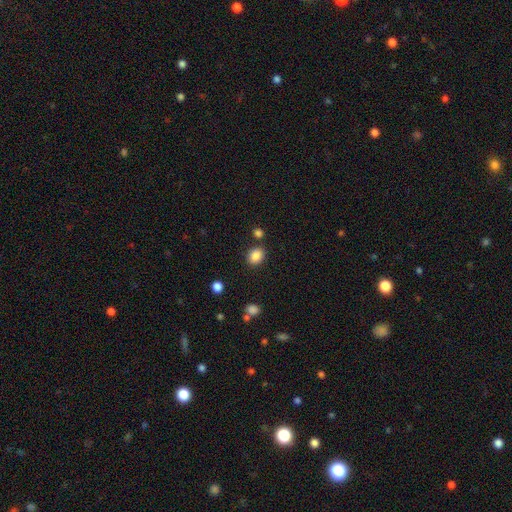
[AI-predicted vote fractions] The model was most divided on "how rounded": round: 50%, in between: 49%, cigar-shaped: 1%. More confident: smooth or featured — smooth (86%); merging — none (82%).